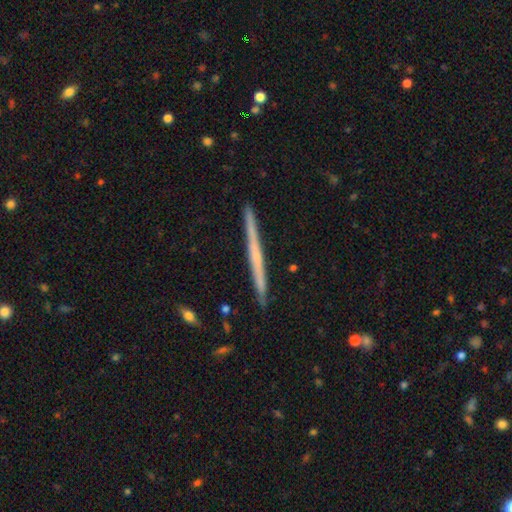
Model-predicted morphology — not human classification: Smooth or featured? featured or disk (62%)
Edge-on disk? yes (98%)
Edge-on bulge? none (75%)
Merging? none (92%)